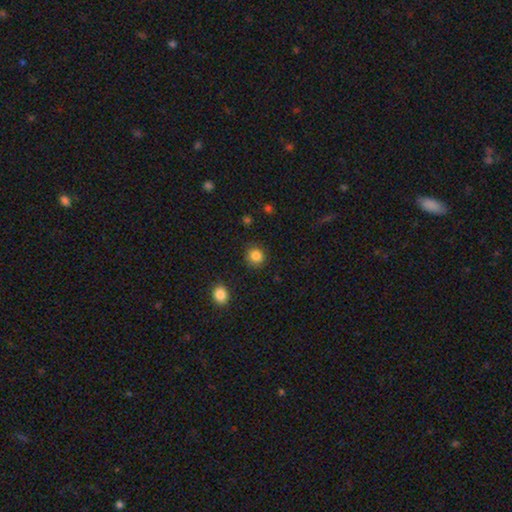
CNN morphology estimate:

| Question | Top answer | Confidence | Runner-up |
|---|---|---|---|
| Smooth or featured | smooth | 86% | star or artifact (10%) |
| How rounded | round | 87% | in between (12%) |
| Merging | none | 88% | minor disturbance (8%) |